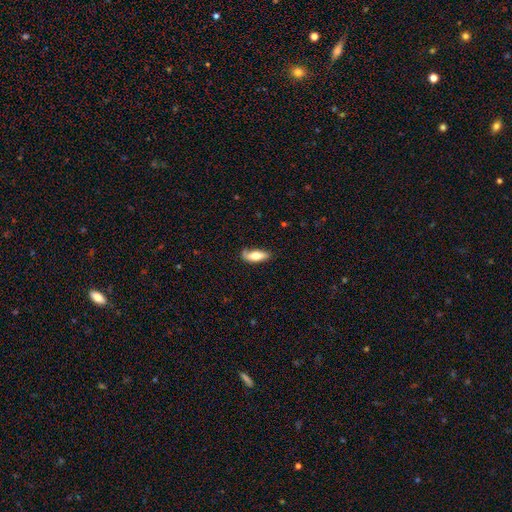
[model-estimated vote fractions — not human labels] This appears to be a smooth galaxy with no disk features (66%) that is in between round and cigar-shaped (69%). Merging: none (66%).